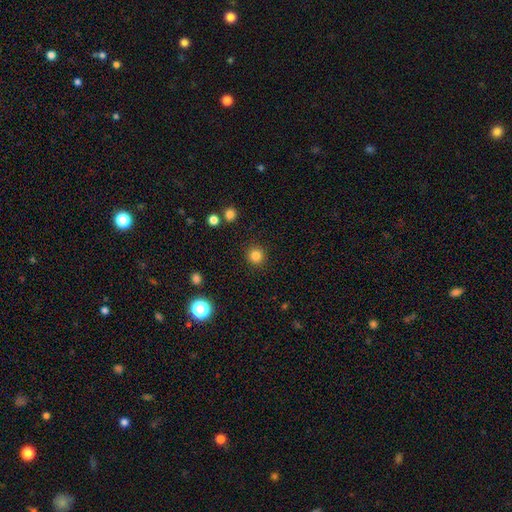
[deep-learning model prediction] This is clearly a smooth galaxy (83%). How rounded: clearly round (93%). Merging: clearly none (91%).